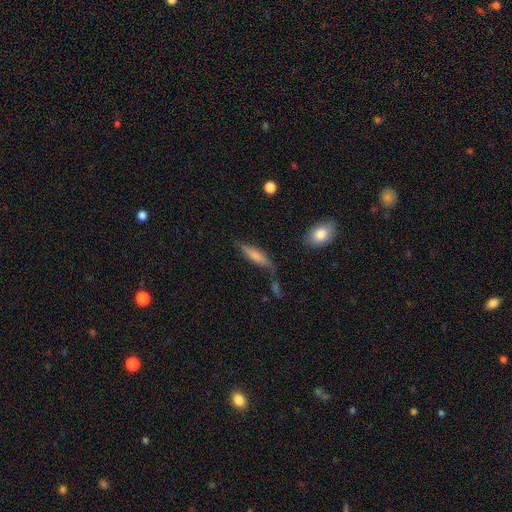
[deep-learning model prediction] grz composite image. It shows a smooth galaxy with no disk features (61%) that is cigar-shaped (68%). Merging: none (55%).